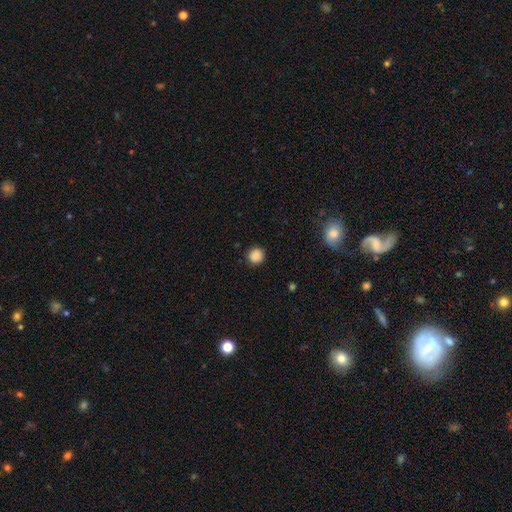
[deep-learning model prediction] This is clearly a smooth galaxy (87%). How rounded: clearly round (90%). Merging: clearly none (90%).